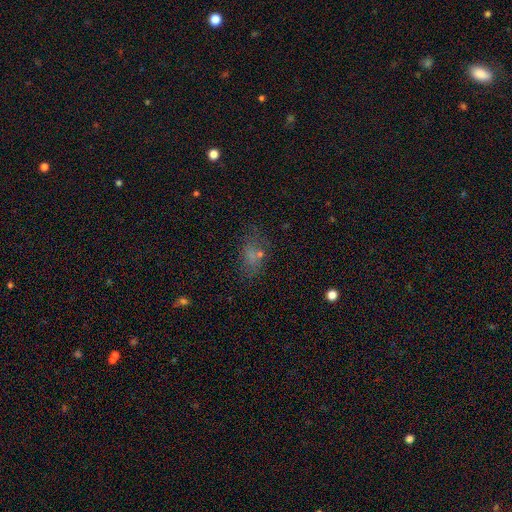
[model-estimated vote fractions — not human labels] smooth 56%, star or artifact 25%, featured or disk 18%. Down the decision tree: how rounded — in between (81%); merging — none (60%).